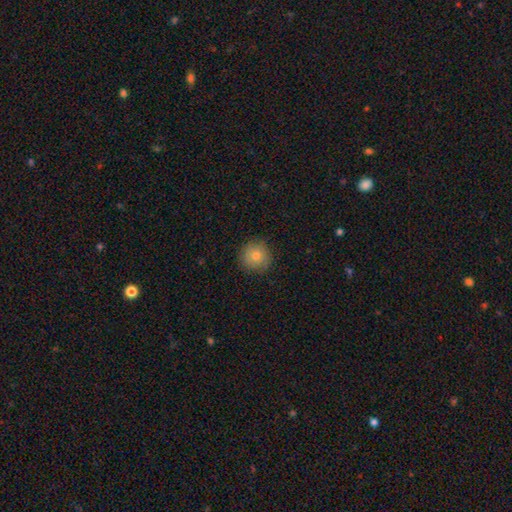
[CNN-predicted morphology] Overall: smooth (79%). How rounded: round (94%). Merging: none (88%).